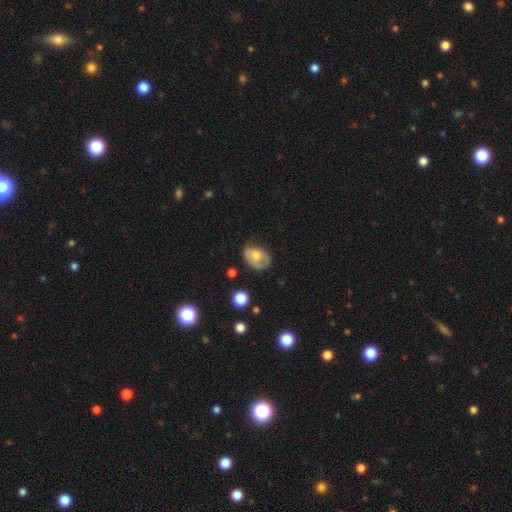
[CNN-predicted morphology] This appears to be a smooth galaxy with no disk features (50%) that is in between round and cigar-shaped (71%). Merging: none (54%).